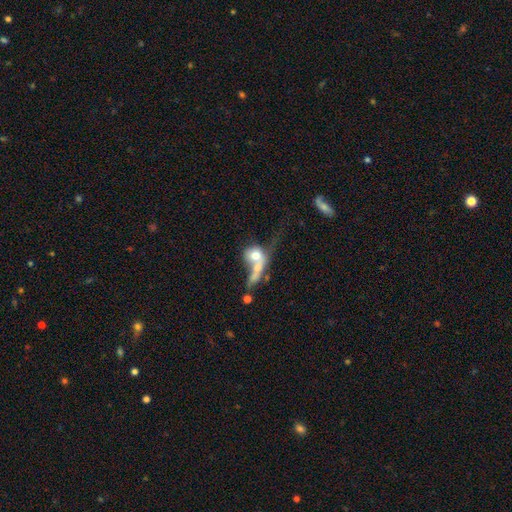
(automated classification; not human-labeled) smooth_or_featured: smooth (p=0.62) [alt: featured or disk p=0.29]
how_rounded: round (p=0.58) [alt: in between p=0.35]
merging: merger (p=0.57) [alt: major disturbance p=0.19]